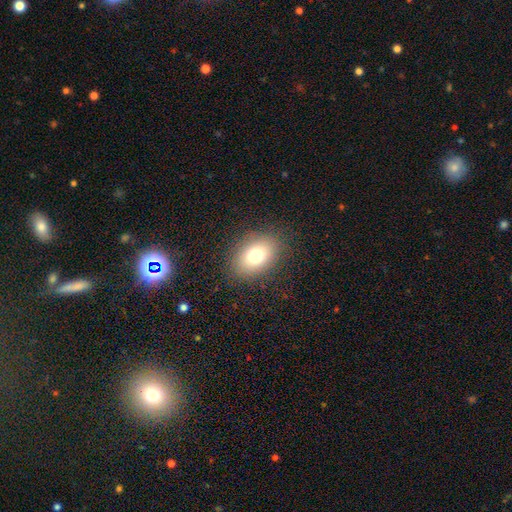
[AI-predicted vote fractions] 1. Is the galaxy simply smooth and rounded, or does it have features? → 76% smooth, 12% featured or disk, 11% star or artifact.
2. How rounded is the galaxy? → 78% in between, 21% round, 1% cigar-shaped.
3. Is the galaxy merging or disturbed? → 85% none, 10% minor disturbance, 4% major disturbance, 1% merger.